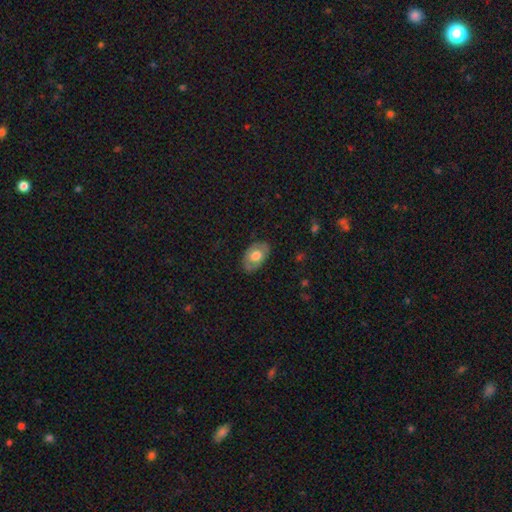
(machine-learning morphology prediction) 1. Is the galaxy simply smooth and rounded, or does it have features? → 57% smooth, 36% featured or disk, 6% star or artifact.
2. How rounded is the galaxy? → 89% in between, 10% round, 1% cigar-shaped.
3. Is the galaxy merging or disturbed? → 80% none, 15% minor disturbance, 4% major disturbance, 1% merger.